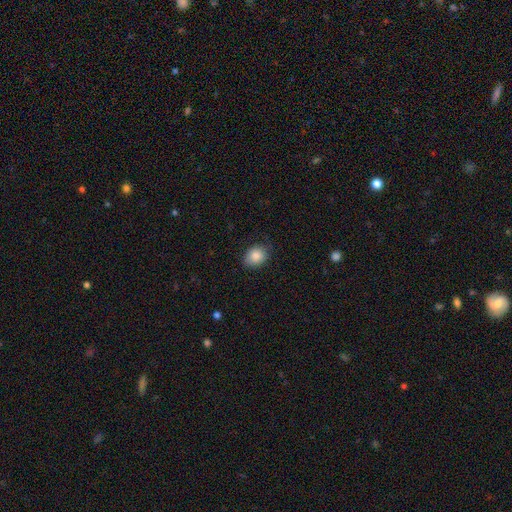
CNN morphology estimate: smooth 86%, star or artifact 8%, featured or disk 6%. Down the decision tree: how rounded — in between (55%); merging — none (80%).